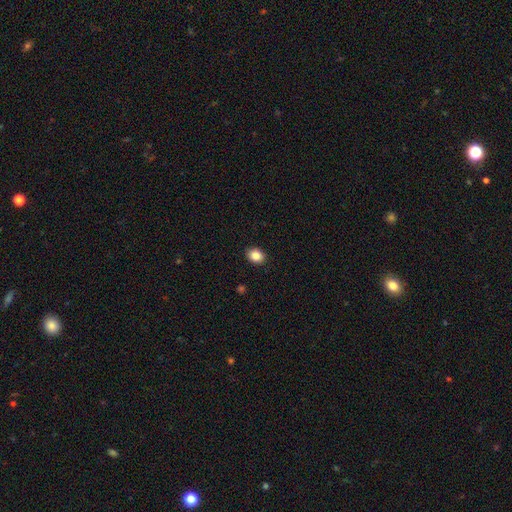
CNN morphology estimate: Overall: smooth (87%). How rounded: in between (57%; round 42%). Merging: none (91%).